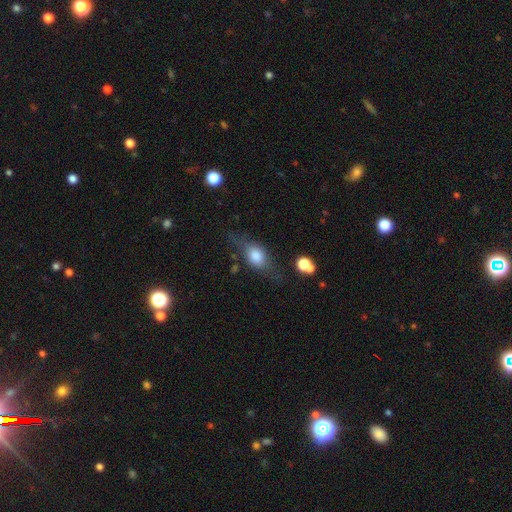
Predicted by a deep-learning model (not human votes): Smooth or featured?
  - smooth: 60% *
  - featured or disk: 32%
  - star or artifact: 8%
How rounded?
  - in between: 65% *
  - round: 21%
  - cigar-shaped: 14%
Merging?
  - none: 60% *
  - minor disturbance: 24%
  - major disturbance: 12%
  - merger: 4%